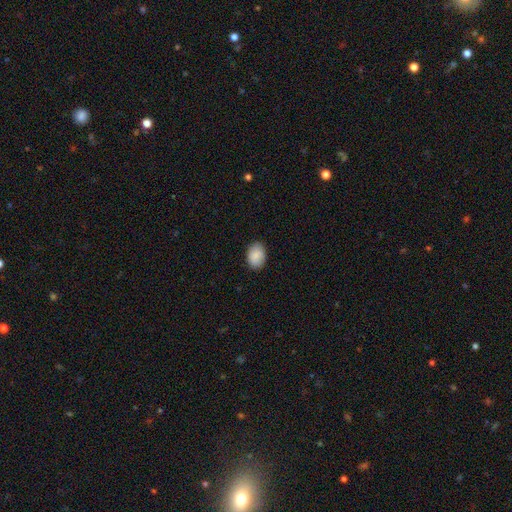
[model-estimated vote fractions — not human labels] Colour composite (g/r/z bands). It shows a smooth galaxy with no disk features (89%) that is in between round and cigar-shaped (81%). Merging: none (87%).